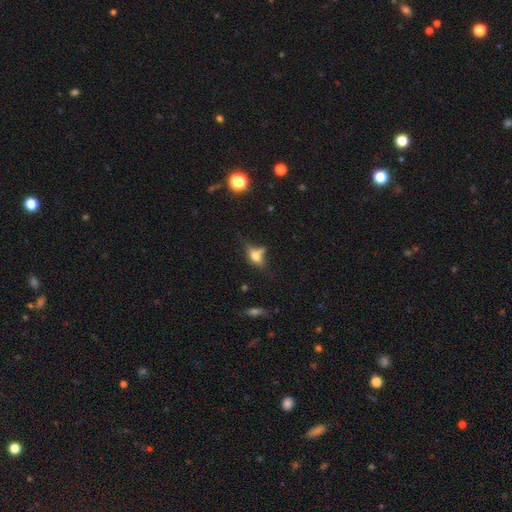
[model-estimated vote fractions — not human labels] Smooth or featured? Predicted: smooth (p=0.55). How rounded? Predicted: in between (p=0.69). Merging? Predicted: none (p=0.46).